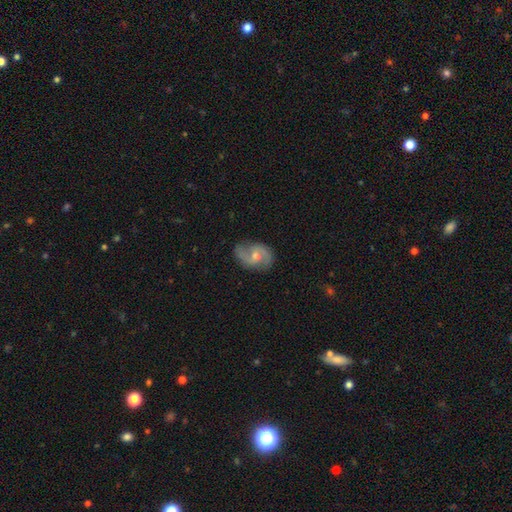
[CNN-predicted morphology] Smooth or featured: featured or disk — 78% (smooth — 15%)
Edge-on disk: no — 97% (yes — 3%)
Bar: no — 46% (weak — 44%)
Spiral arms: yes — 94% (no — 6%)
Spiral winding: medium — 47% (loose — 36%)
Spiral arm count: 2 — 89% (can't tell — 5%)
Bulge size: moderate — 60% (small — 35%)
Merging: none — 78% (minor disturbance — 16%)